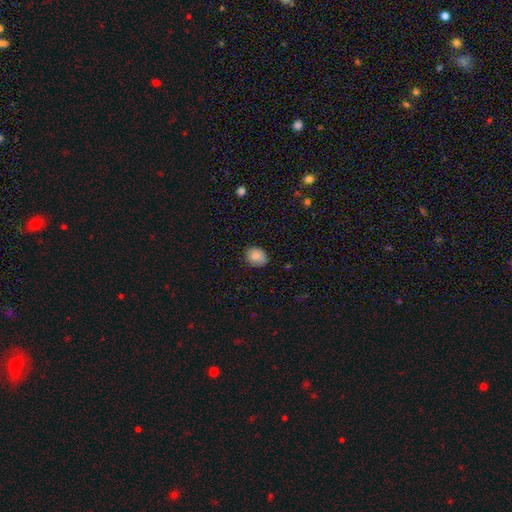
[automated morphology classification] smooth-or-featured: smooth: 81% | featured or disk: 10% | star or artifact: 9%
  how-rounded: round: 62% | in between: 37% | cigar-shaped: 1%
  merging: none: 78% | minor disturbance: 18% | major disturbance: 3% | merger: 1%